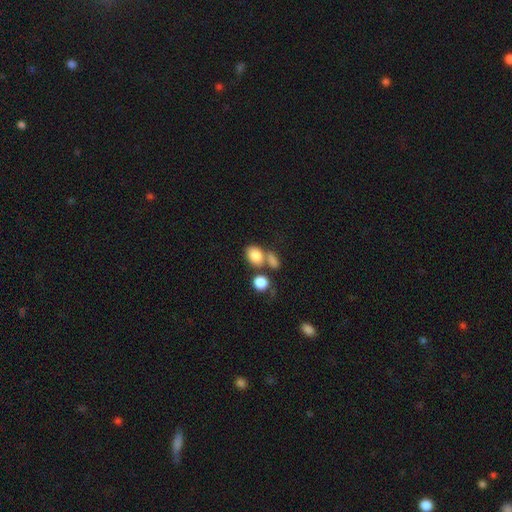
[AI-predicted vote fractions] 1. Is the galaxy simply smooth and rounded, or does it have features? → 82% smooth, 9% star or artifact, 9% featured or disk.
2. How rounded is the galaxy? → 67% in between, 32% round, 1% cigar-shaped.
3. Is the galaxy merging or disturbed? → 41% none (tied), 41% merger (tied), 12% minor disturbance, 6% major disturbance.